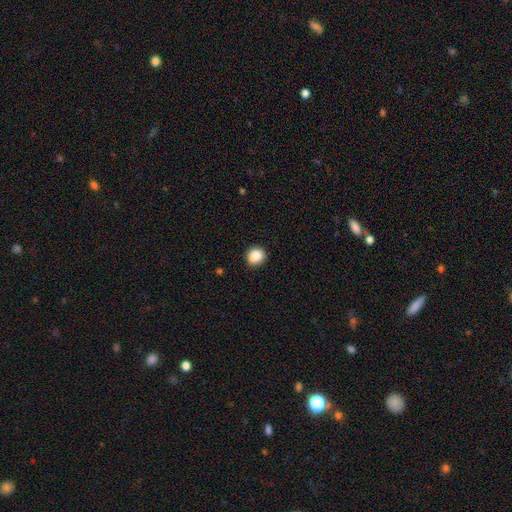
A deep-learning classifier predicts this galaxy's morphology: This appears to be a smooth galaxy with no disk features (88%) that is round (88%). Merging: none (87%).